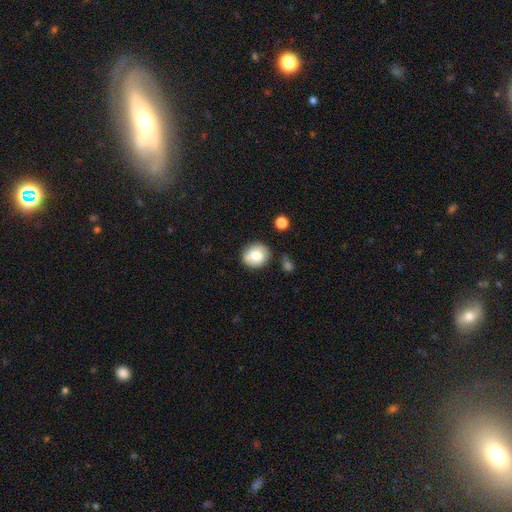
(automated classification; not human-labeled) Smooth or featured? Predicted: smooth (p=0.73). How rounded? Predicted: round (p=0.71). Merging? Predicted: none (p=0.72).